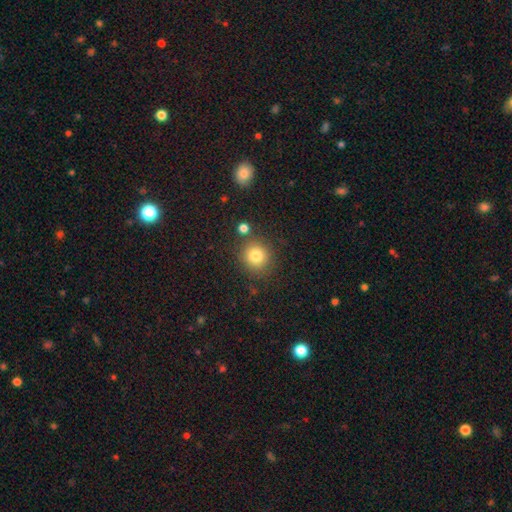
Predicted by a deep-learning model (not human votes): A smooth galaxy with no disk features (81%) that is round (90%). Merging: none (81%).